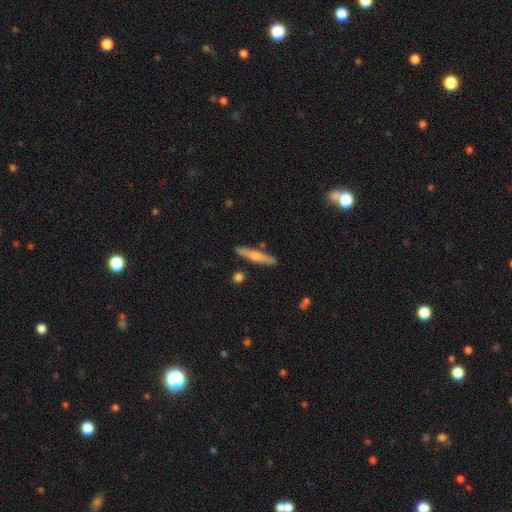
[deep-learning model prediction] Overall: smooth (52%; featured or disk 42%). How rounded: cigar-shaped (89%). Merging: none (86%).